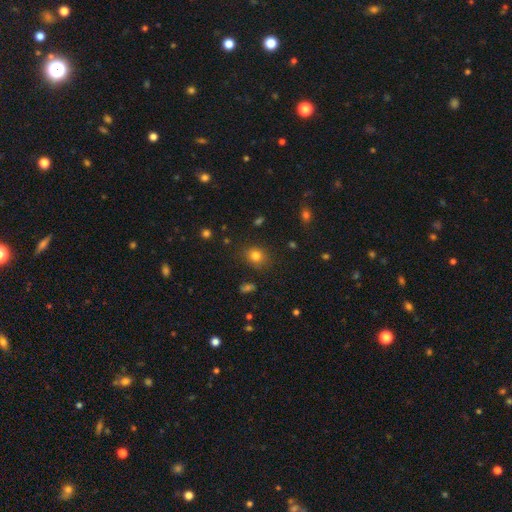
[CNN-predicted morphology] This is likely a smooth galaxy (80%). How rounded: likely round (66%). Merging: clearly none (82%).